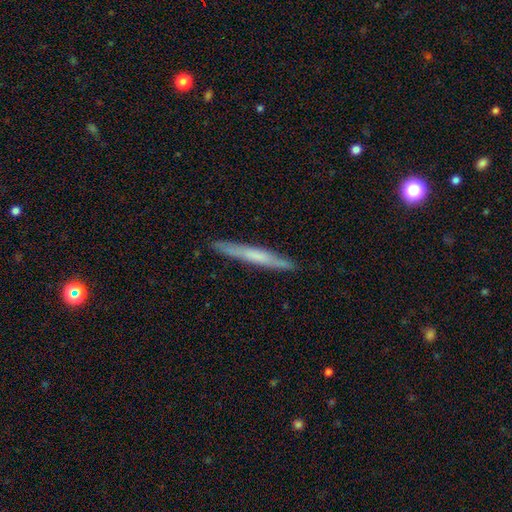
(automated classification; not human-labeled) A smooth galaxy with no disk features (51%) that is cigar-shaped (96%). Merging: none (90%).